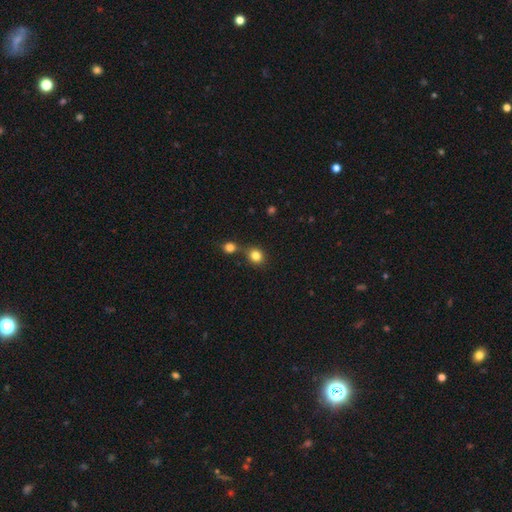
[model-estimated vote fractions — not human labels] Smooth or featured? Predicted: smooth (p=0.83). How rounded? Predicted: round (p=0.79). Merging? Predicted: none (p=0.63).